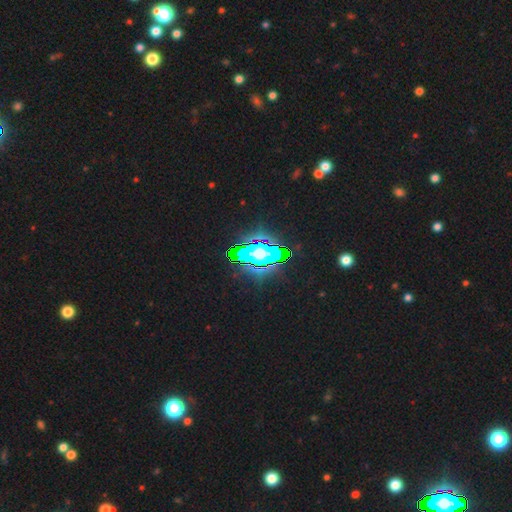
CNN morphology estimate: Smooth or featured? star or artifact (81%)